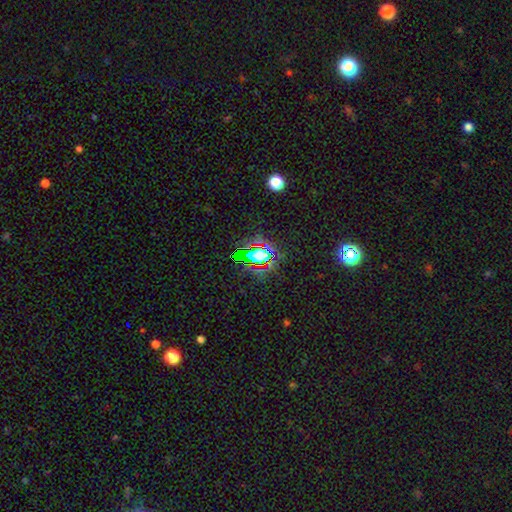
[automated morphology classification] smooth_or_featured: star or artifact (p=0.66) [alt: smooth p=0.22]